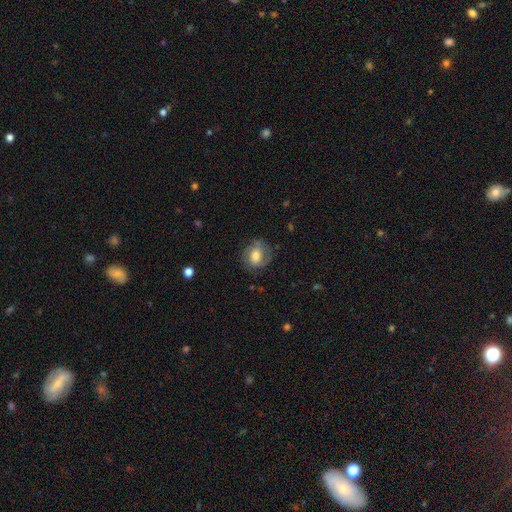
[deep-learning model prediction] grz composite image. It shows a featured or disk galaxy (52%) with no bar (59%), spiral arms (82%) and a moderate central bulge (54%). Merging: none (74%).